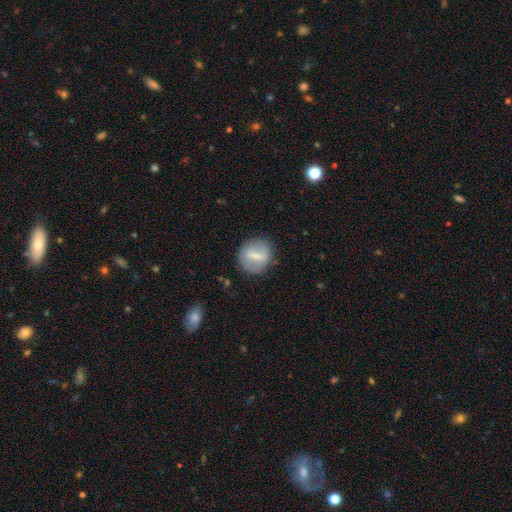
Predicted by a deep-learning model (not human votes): This is possibly a smooth galaxy (50%). Merging: likely none (79%).